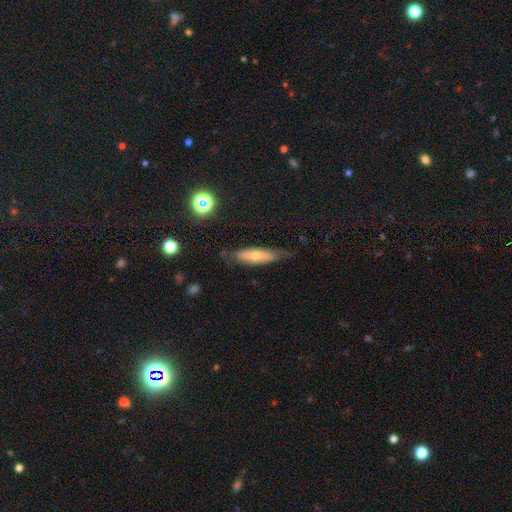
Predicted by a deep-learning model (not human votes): This is possibly a smooth galaxy (53%). How rounded: possibly cigar-shaped (53%). Merging: likely none (65%).